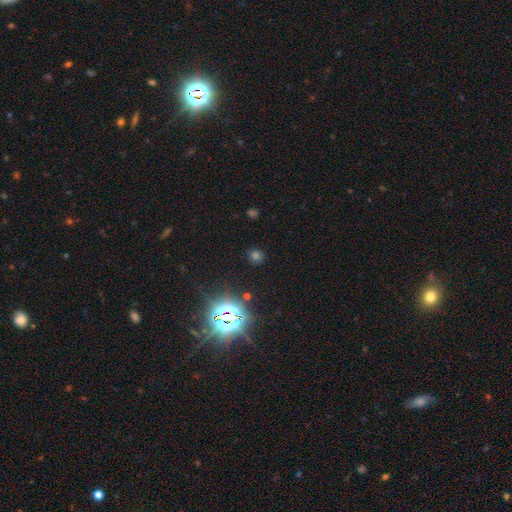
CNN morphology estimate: Smooth or featured? Predicted: star or artifact (p=0.46, tied with smooth).